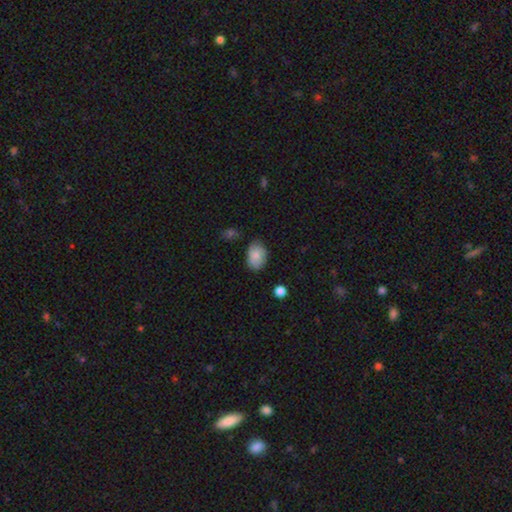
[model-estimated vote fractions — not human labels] smooth_or_featured: smooth (p=0.83) [alt: featured or disk p=0.10]
how_rounded: in between (p=0.83) [alt: round p=0.16]
merging: none (p=0.70) [alt: minor disturbance p=0.23]